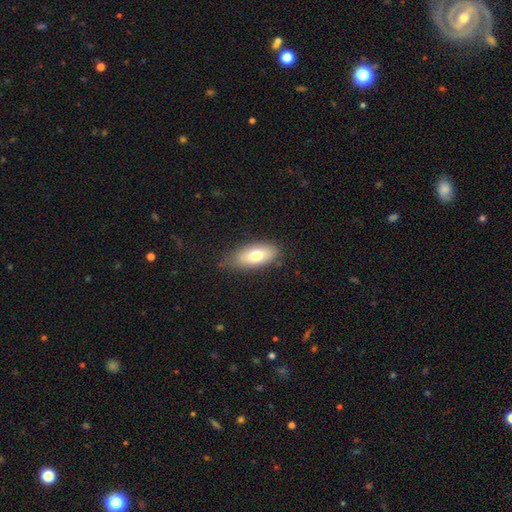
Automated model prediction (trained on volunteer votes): A smooth galaxy with no disk features (72%) that is in between round and cigar-shaped (85%).

Vote fractions:
- Smooth or featured? smooth: 72% / featured or disk: 21% / star or artifact: 7%
- How rounded? in between: 85% / cigar-shaped: 11% / round: 4%
- Merging? none: 75% / minor disturbance: 20% / major disturbance: 4% / merger: 1%